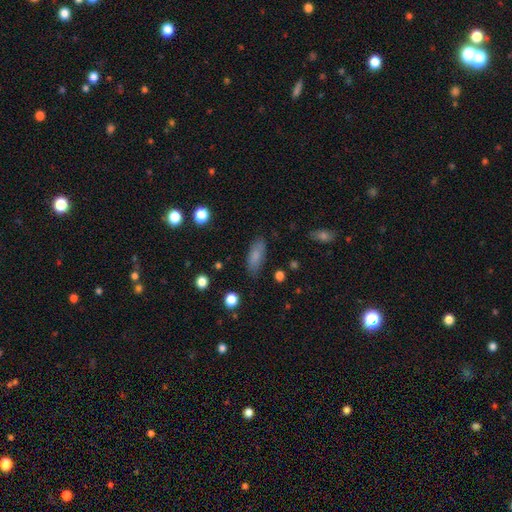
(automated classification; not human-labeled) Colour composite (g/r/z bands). It shows a smooth galaxy with no disk features (79%) that is in between round and cigar-shaped (79%). Merging: none (80%).